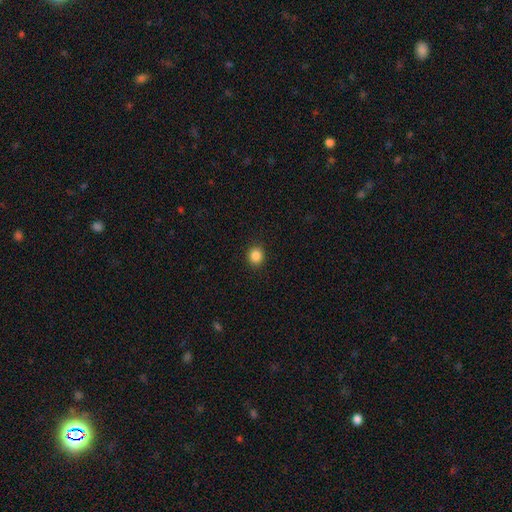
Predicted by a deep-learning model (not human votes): smooth-or-featured: smooth: 86% | star or artifact: 10% | featured or disk: 3%
  how-rounded: round: 82% | in between: 17% | cigar-shaped: 1%
  merging: none: 92% | minor disturbance: 6% | major disturbance: 2% | merger: 1%